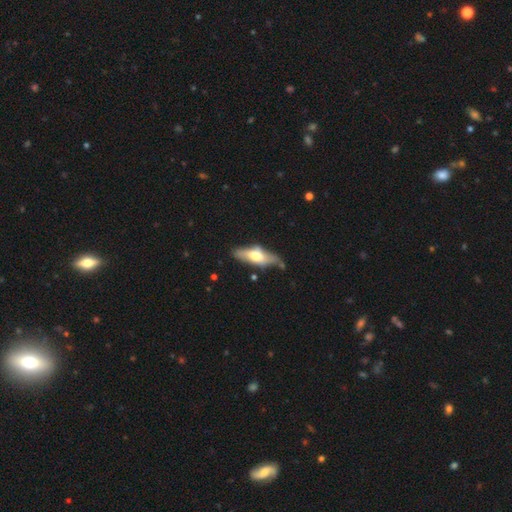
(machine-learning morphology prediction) type=featured or disk (49%); merging=none (61%).